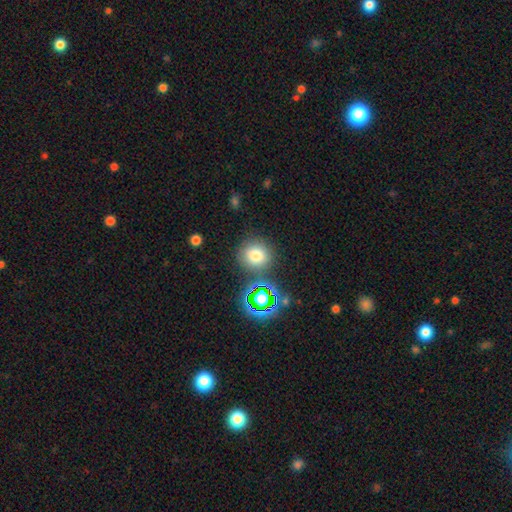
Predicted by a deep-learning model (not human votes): smooth-or-featured: smooth: 73% | star or artifact: 19% | featured or disk: 8%
  how-rounded: round: 86% | in between: 13% | cigar-shaped: 1%
  merging: none: 78% | minor disturbance: 10% | merger: 8% | major disturbance: 4%